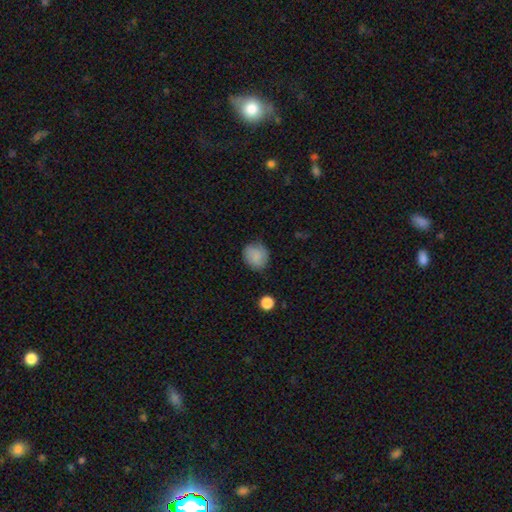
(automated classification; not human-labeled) Morphology: type=smooth (80%); roundness=round (74%); merging=none (75%).